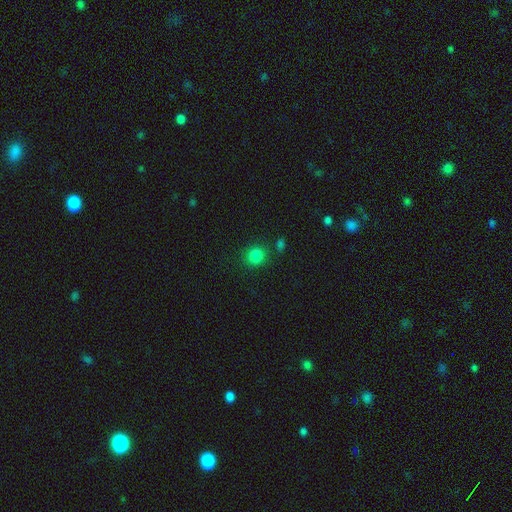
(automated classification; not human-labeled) A smooth galaxy with no disk features (83%) that is round (87%). Merging: none (83%).